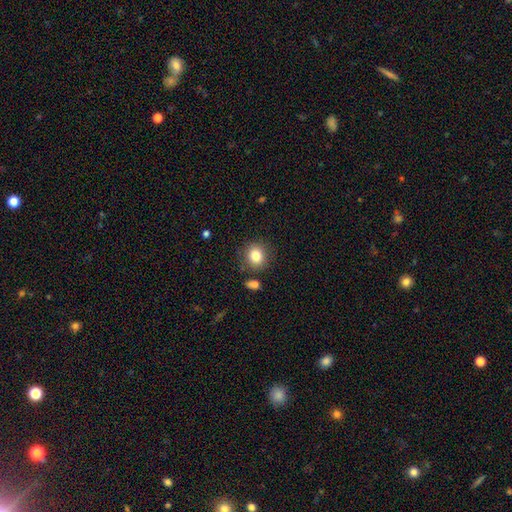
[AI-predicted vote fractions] smooth-or-featured: smooth: 83% | star or artifact: 10% | featured or disk: 7%
  how-rounded: round: 78% | in between: 21% | cigar-shaped: 1%
  merging: none: 82% | minor disturbance: 10% | merger: 4% | major disturbance: 3%